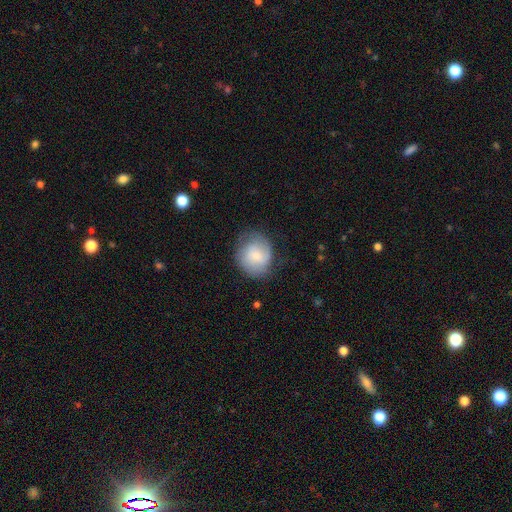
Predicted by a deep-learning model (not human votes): Q: Smooth or featured?
A: smooth (58%); runner-up: featured or disk (34%)
Q: How rounded?
A: round (75%); runner-up: in between (24%)
Q: Merging?
A: none (64%); runner-up: minor disturbance (24%)